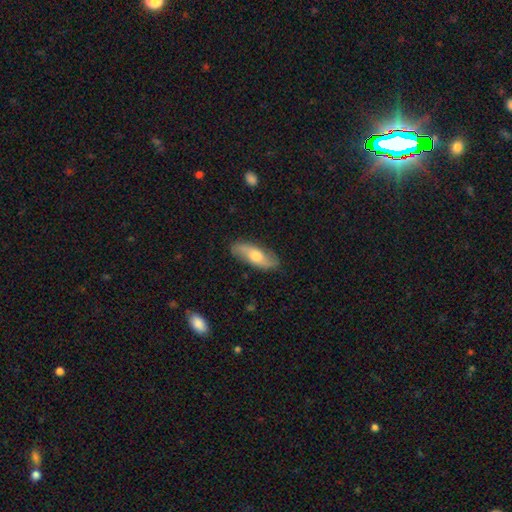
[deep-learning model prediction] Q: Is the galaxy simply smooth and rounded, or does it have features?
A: featured or disk — 53%.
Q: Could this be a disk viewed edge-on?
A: no — 76%.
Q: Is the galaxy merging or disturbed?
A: none — 83%.